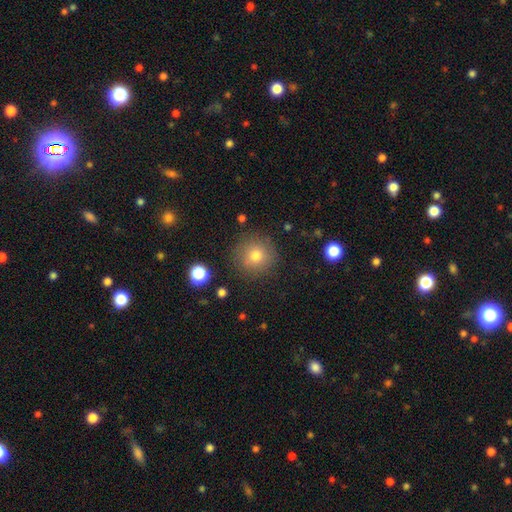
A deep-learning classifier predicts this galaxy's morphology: Smooth or featured? smooth (76%)
How rounded? round (94%)
Merging? none (85%)